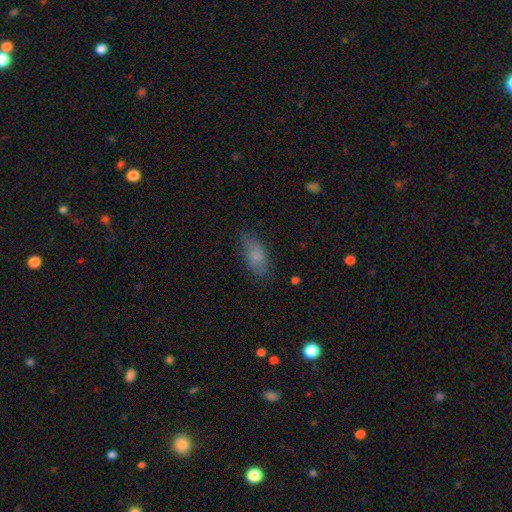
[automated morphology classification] This is likely a smooth galaxy (78%). How rounded: clearly in between (86%). Merging: likely none (72%).